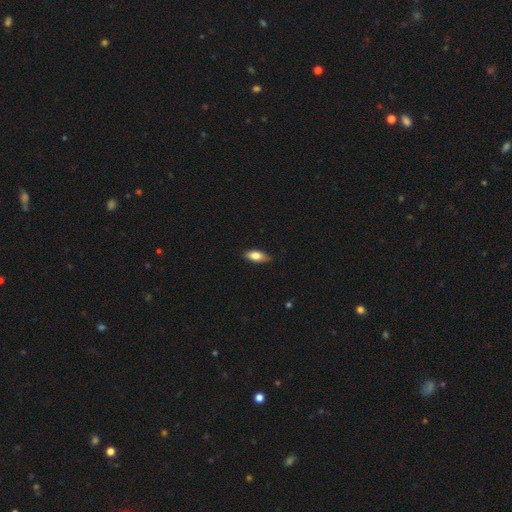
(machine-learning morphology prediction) smooth_or_featured: smooth (p=0.76) [alt: featured or disk p=0.18]
how_rounded: in between (p=0.82) [alt: cigar-shaped p=0.14]
merging: none (p=0.80) [alt: minor disturbance p=0.16]